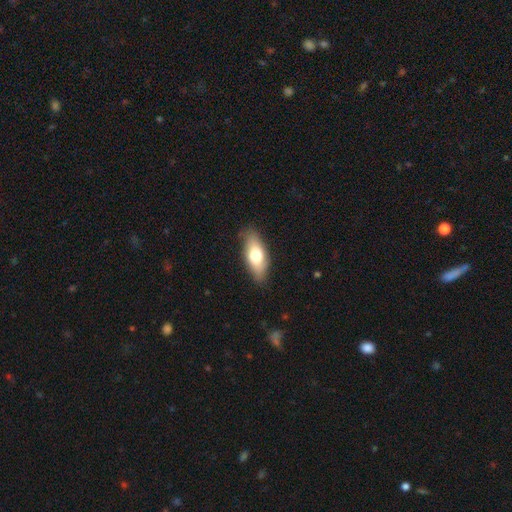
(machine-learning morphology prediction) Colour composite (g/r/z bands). It shows a smooth galaxy with no disk features (67%) that is in between round and cigar-shaped (77%). Merging: none (84%).